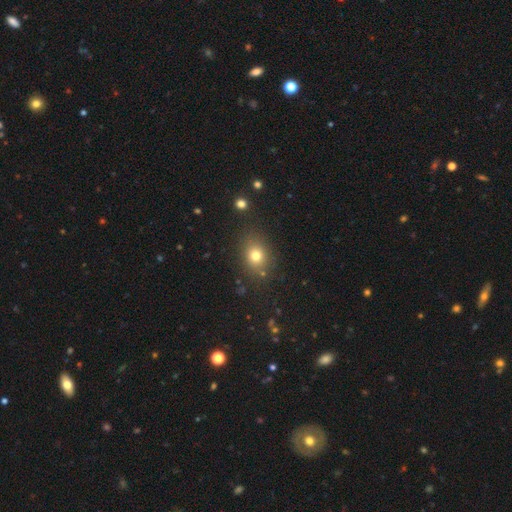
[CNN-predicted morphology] Q: Smooth or featured?
A: smooth (76%); runner-up: star or artifact (15%)
Q: How rounded?
A: round (56%); runner-up: in between (43%)
Q: Merging?
A: none (82%); runner-up: minor disturbance (11%)